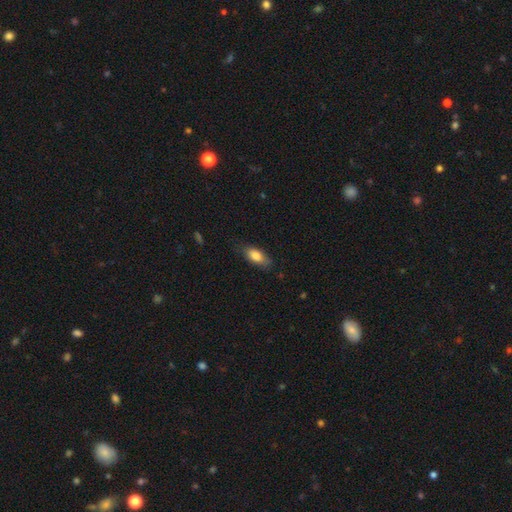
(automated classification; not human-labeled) This appears to be a smooth galaxy with no disk features (82%) that is in between round and cigar-shaped (85%). Merging: none (76%).